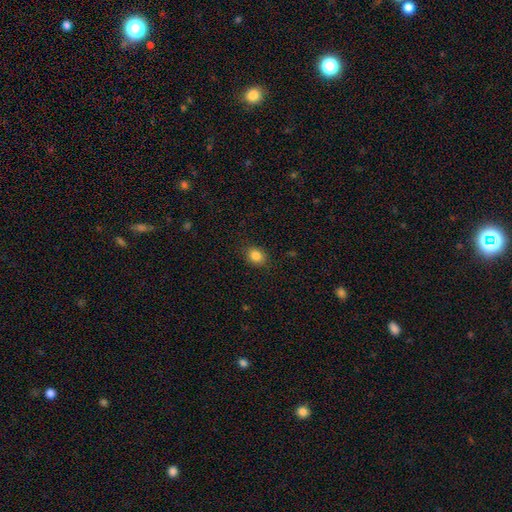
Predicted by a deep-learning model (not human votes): Smooth or featured? smooth (85%)
How rounded? round (55%)
Merging? none (87%)